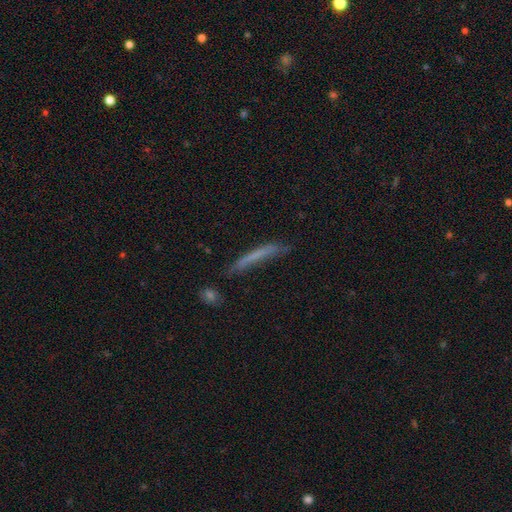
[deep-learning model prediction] Overall: smooth (59%; featured or disk 31%). How rounded: cigar-shaped (95%). Merging: none (62%; minor disturbance 24%).